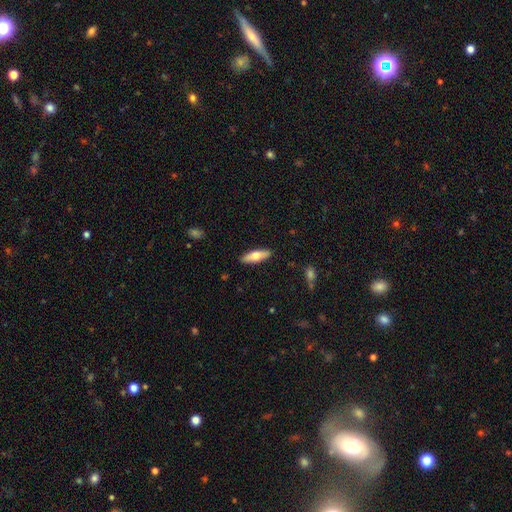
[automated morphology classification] Smooth or featured?
  - smooth: 60% *
  - featured or disk: 34%
  - star or artifact: 6%
How rounded?
  - cigar-shaped: 50% *
  - in between: 48%
  - round: 2%
Merging?
  - none: 89% *
  - minor disturbance: 8%
  - major disturbance: 2%
  - merger: 1%